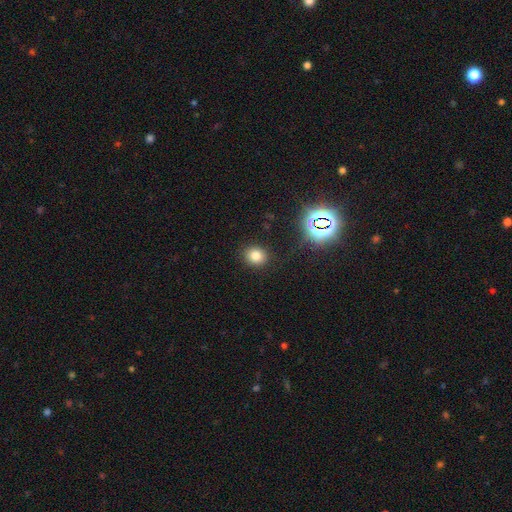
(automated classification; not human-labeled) Overall: smooth (78%). How rounded: round (72%). Merging: none (89%).